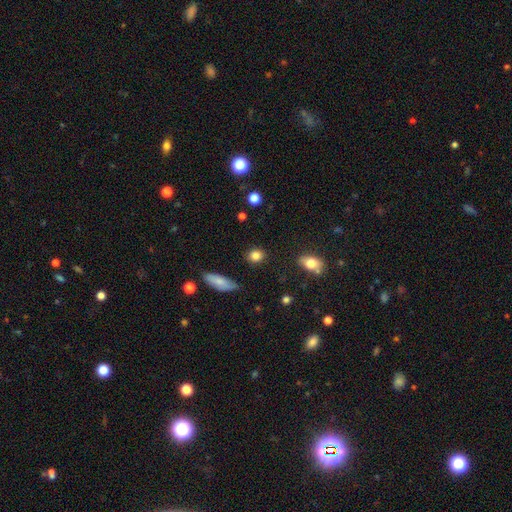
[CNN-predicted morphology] Smooth or featured? Predicted: smooth (p=0.85). How rounded? Predicted: round (p=0.62). Merging? Predicted: none (p=0.86).